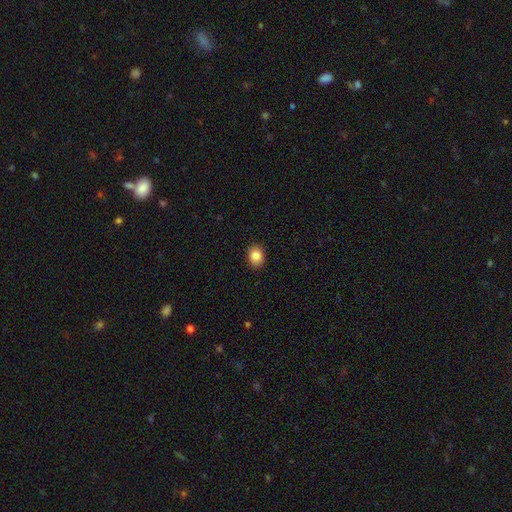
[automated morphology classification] This appears to be a smooth galaxy with no disk features (86%) that is in between round and cigar-shaped (53%). Merging: none (89%).